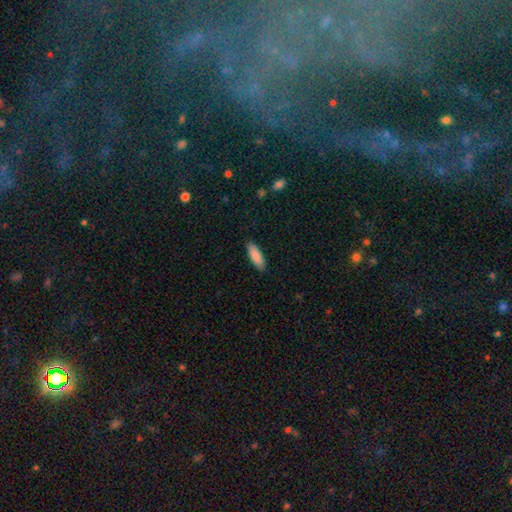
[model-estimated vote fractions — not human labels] This is clearly a smooth galaxy (88%). How rounded: likely in between (61%). Merging: clearly none (87%).